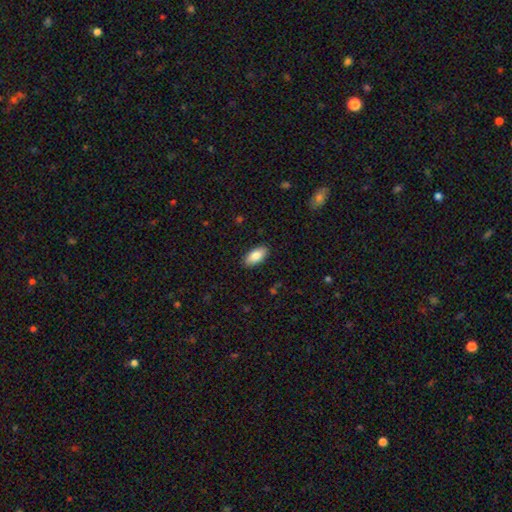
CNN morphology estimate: A smooth galaxy with no disk features (85%) that is in between round and cigar-shaped (92%). Merging: none (89%).